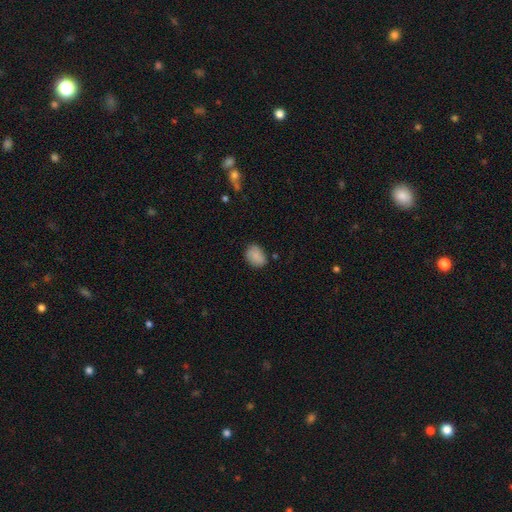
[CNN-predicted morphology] Smooth or featured?
  - smooth: 86% *
  - star or artifact: 8%
  - featured or disk: 6%
How rounded?
  - in between: 66% *
  - round: 33%
  - cigar-shaped: 1%
Merging?
  - none: 76% *
  - minor disturbance: 18%
  - major disturbance: 4%
  - merger: 2%